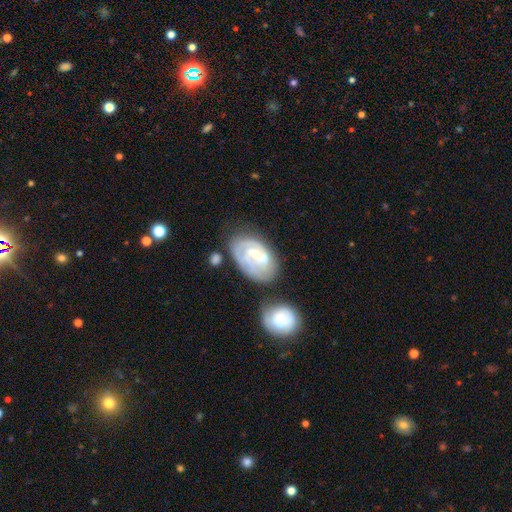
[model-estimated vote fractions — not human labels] Smooth or featured?
  - featured or disk: 71% *
  - smooth: 23%
  - star or artifact: 6%
Edge-on disk?
  - no: 97% *
  - yes: 3%
Bar?
  - weak: 48% *
  - no: 42%
  - strong: 10%
Spiral arms?
  - yes: 86% *
  - no: 14%
Spiral winding?
  - tight: 56% *
  - medium: 33%
  - loose: 11%
Spiral arm count?
  - 2: 41% *
  - can't tell: 33%
  - 1: 11%
  - 3: 10%
  - 4: 3%
  - more than 4: 2%
Bulge size?
  - small: 53% *
  - moderate: 29%
  - none: 14%
  - large: 3%
  - dominant: 1%
Merging?
  - none: 54% *
  - minor disturbance: 23%
  - major disturbance: 12%
  - merger: 11%